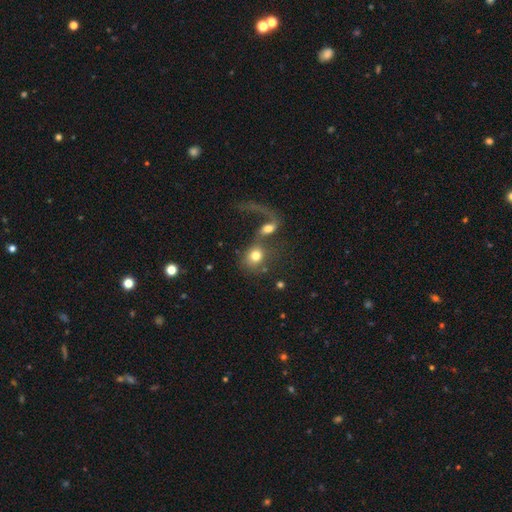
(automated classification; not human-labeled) Overall: smooth (65%; featured or disk 26%). How rounded: round (67%; in between 31%). Merging: merger (57%; none 20%).